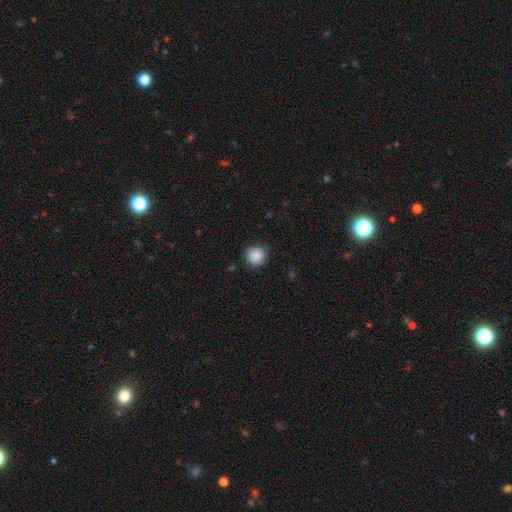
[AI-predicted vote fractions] Q: Smooth or featured?
A: smooth (88%); runner-up: star or artifact (9%)
Q: How rounded?
A: round (90%); runner-up: in between (9%)
Q: Merging?
A: none (84%); runner-up: minor disturbance (12%)